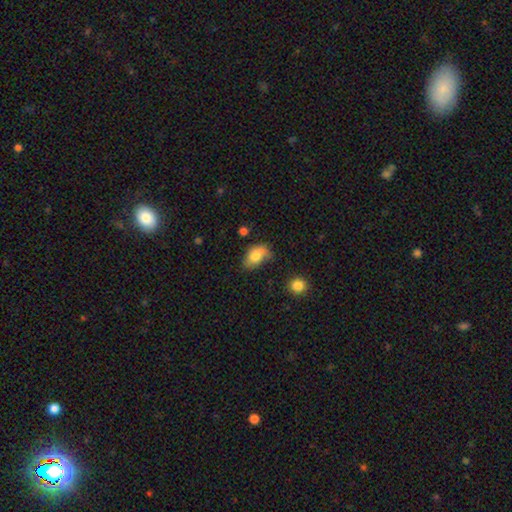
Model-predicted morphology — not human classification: Overall: smooth (75%). How rounded: in between (85%). Merging: none (46%; minor disturbance 37%).